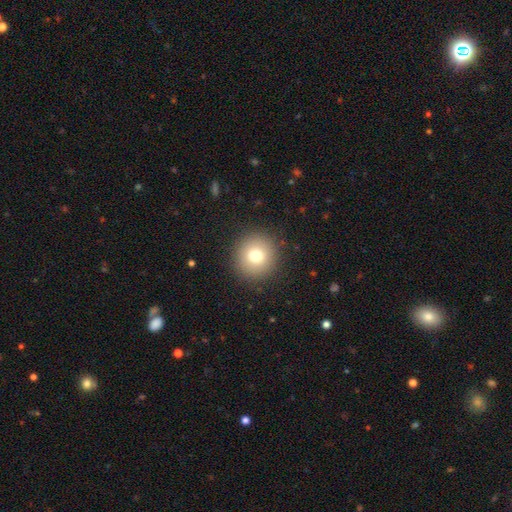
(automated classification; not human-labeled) Smooth or featured? smooth (76%)
How rounded? round (94%)
Merging? none (91%)